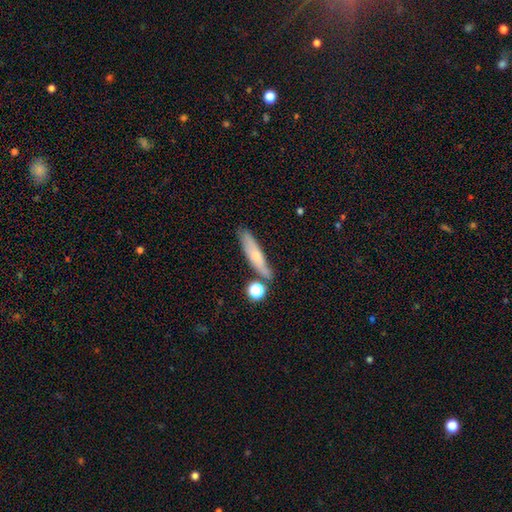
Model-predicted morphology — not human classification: Smooth or featured?
  - smooth: 60% *
  - featured or disk: 32%
  - star or artifact: 8%
How rounded?
  - cigar-shaped: 78% *
  - in between: 19%
  - round: 3%
Merging?
  - none: 70% *
  - minor disturbance: 17%
  - merger: 9%
  - major disturbance: 4%